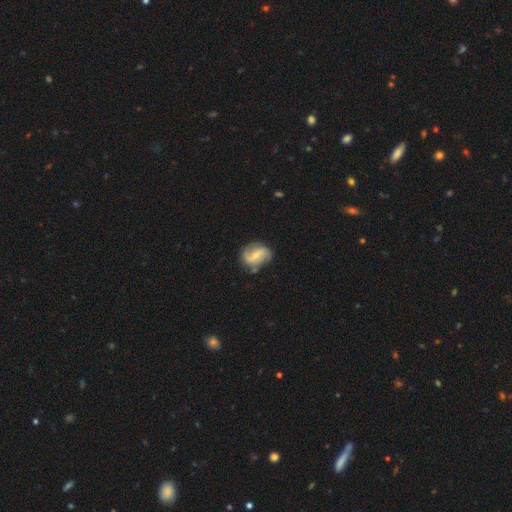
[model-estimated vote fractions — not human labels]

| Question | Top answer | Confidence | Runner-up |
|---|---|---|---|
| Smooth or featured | featured or disk | 76% | smooth (18%) |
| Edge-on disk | no | 97% | yes (3%) |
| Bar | weak | 44% | no (31%) |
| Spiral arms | yes | 93% | no (7%) |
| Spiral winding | loose | 44% | medium (39%) |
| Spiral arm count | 2 | 79% | can't tell (8%) |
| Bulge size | small | 61% | moderate (32%) |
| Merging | none | 70% | minor disturbance (20%) |